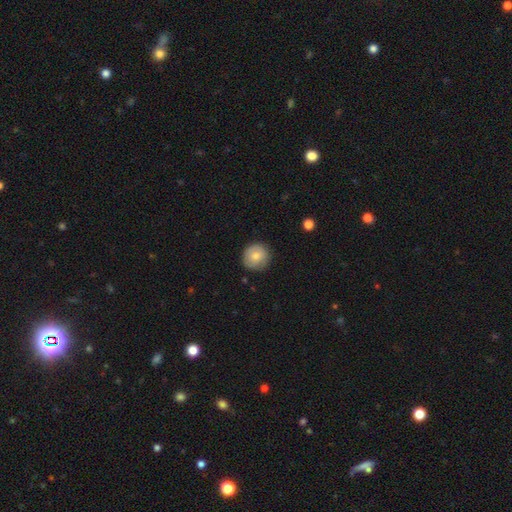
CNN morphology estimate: This is likely a smooth galaxy (74%). How rounded: clearly round (93%). Merging: clearly none (84%).